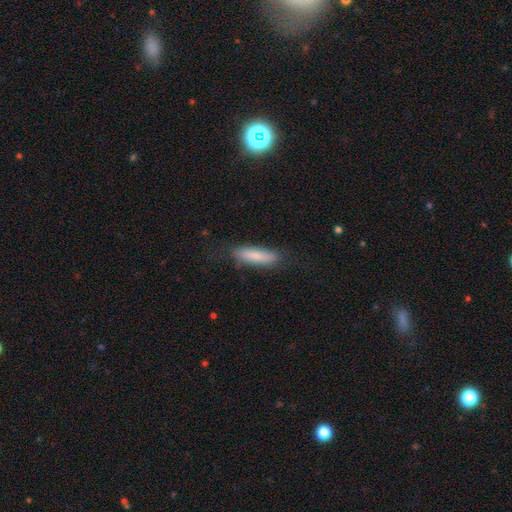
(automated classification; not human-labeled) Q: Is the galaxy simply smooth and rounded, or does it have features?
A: smooth — 77%.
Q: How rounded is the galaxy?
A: cigar-shaped — 64%.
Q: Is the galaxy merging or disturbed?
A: none — 77%.